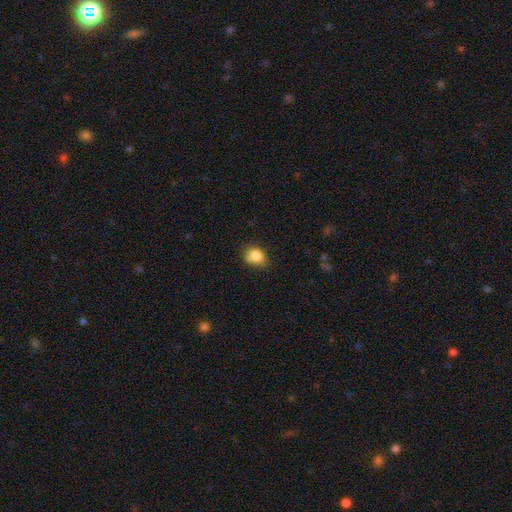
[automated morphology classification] smooth_or_featured: smooth (p=0.81) [alt: star or artifact p=0.10]
how_rounded: in between (p=0.58) [alt: round p=0.41]
merging: none (p=0.55) [alt: minor disturbance p=0.23]